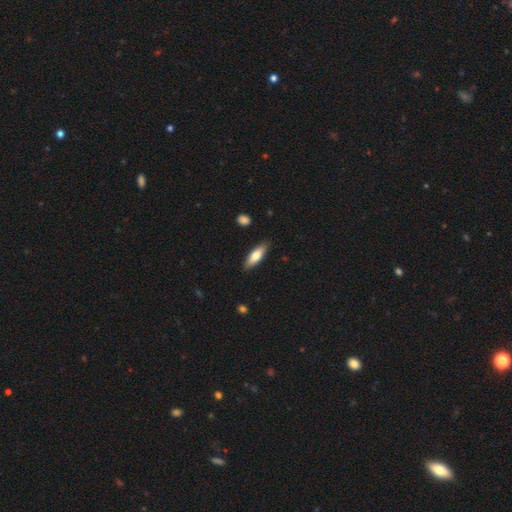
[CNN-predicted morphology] A smooth galaxy with no disk features (69%) that is in between round and cigar-shaped (51%).

Vote fractions:
- Smooth or featured? smooth: 69% / featured or disk: 26% / star or artifact: 6%
- How rounded? in between: 51% / cigar-shaped: 47% / round: 2%
- Merging? none: 87% / minor disturbance: 9% / major disturbance: 2% / merger: 1%